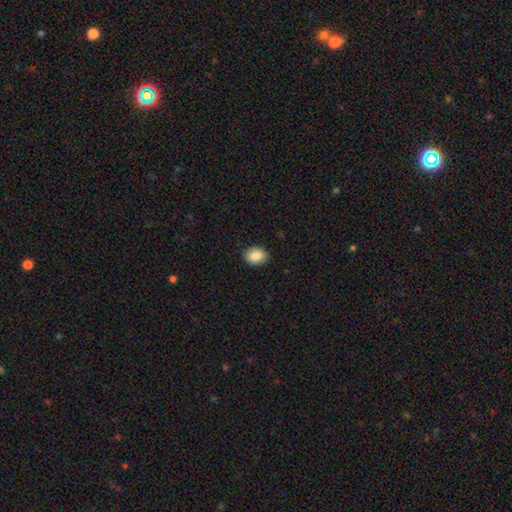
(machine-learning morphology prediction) Smooth or featured?
  - smooth: 88% *
  - star or artifact: 7%
  - featured or disk: 5%
How rounded?
  - in between: 66% *
  - round: 33%
  - cigar-shaped: 1%
Merging?
  - none: 89% *
  - minor disturbance: 8%
  - major disturbance: 2%
  - merger: 1%